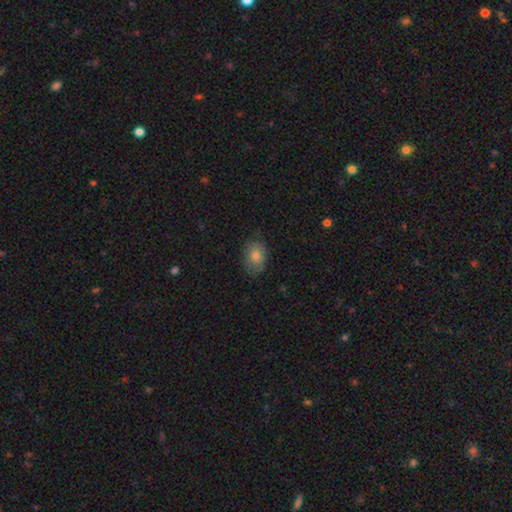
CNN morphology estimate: This is likely a smooth galaxy (75%). How rounded: likely in between (74%). Merging: likely none (77%).